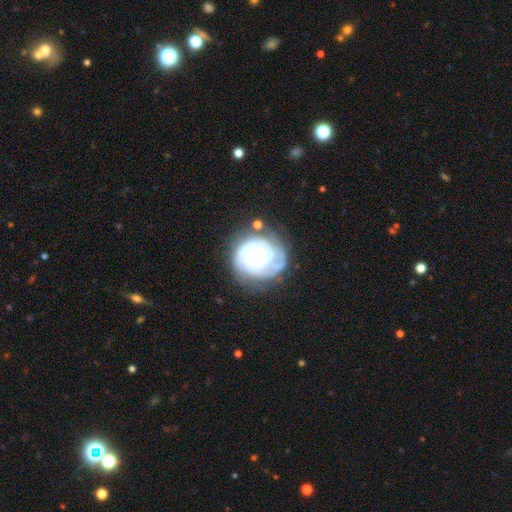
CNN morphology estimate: Smooth or featured? Predicted: featured or disk (p=0.77). Edge-on disk? Predicted: no (p=0.98). Bar? Predicted: no (p=0.80). Spiral arms? Predicted: yes (p=0.74). Spiral winding? Predicted: tight (p=0.67). Spiral arm count? Predicted: can't tell (p=0.46). Bulge size? Predicted: moderate (p=0.58). Merging? Predicted: none (p=0.63).